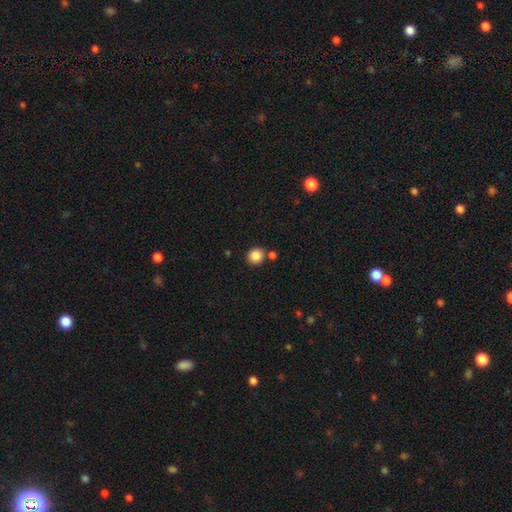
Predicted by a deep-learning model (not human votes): Morphology: type=smooth (86%); roundness=round (89%); merging=none (78%).